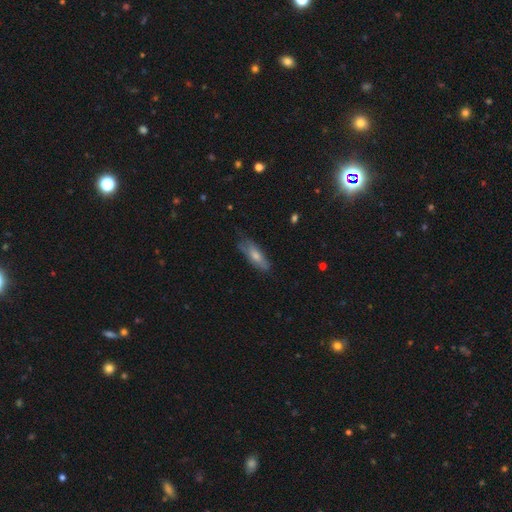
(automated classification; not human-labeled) A smooth galaxy with no disk features (63%) that is in between round and cigar-shaped (56%). Merging: none (62%).